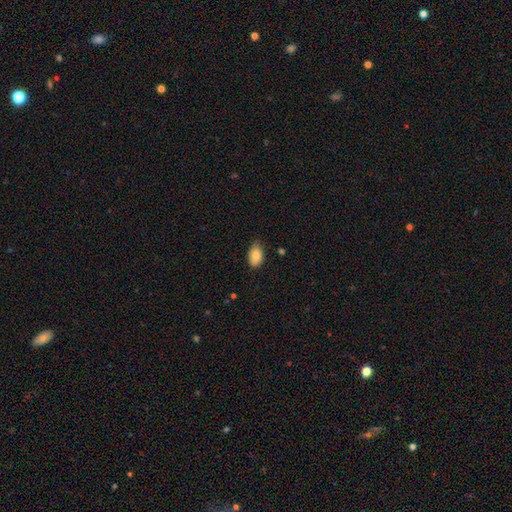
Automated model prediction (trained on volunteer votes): This is clearly a smooth galaxy (84%). How rounded: clearly in between (90%). Merging: likely none (66%).